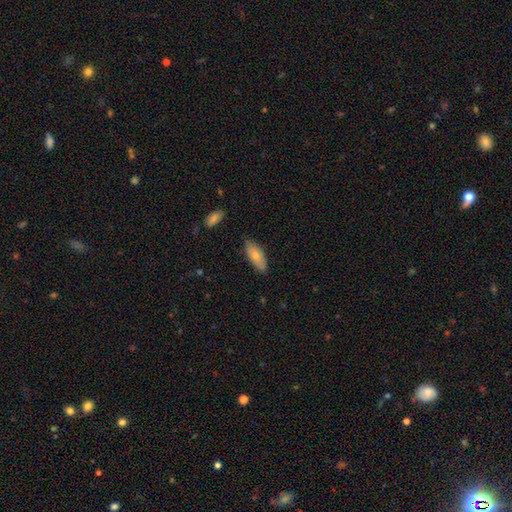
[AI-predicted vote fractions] Morphology: type=smooth (70%); roundness=in between (84%); merging=none (81%).